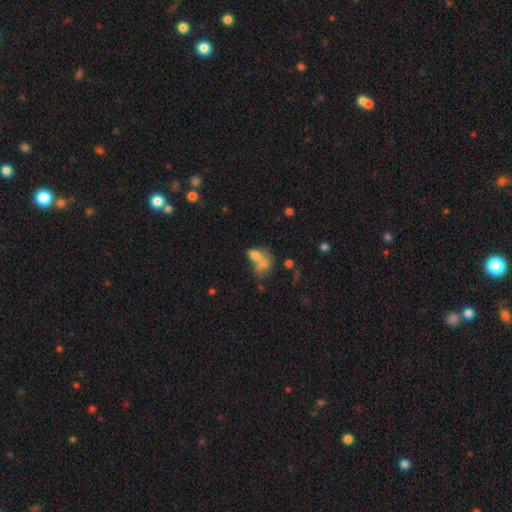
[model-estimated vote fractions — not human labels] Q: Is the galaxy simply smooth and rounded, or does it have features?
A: smooth — 71%.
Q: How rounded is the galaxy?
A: in between — 78%.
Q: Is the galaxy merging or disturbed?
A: merger — 62%.